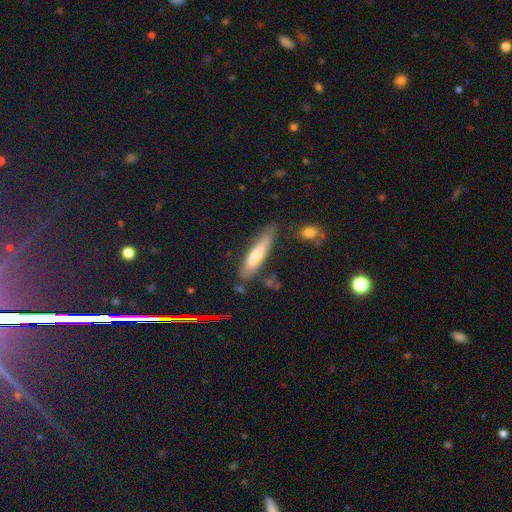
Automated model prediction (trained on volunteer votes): A smooth galaxy with no disk features (53%) that is cigar-shaped (83%).

Vote fractions:
- Smooth or featured? smooth: 53% / featured or disk: 36% / star or artifact: 11%
- How rounded? cigar-shaped: 83% / in between: 16% / round: 2%
- Merging? none: 71% / minor disturbance: 20% / major disturbance: 5% / merger: 4%